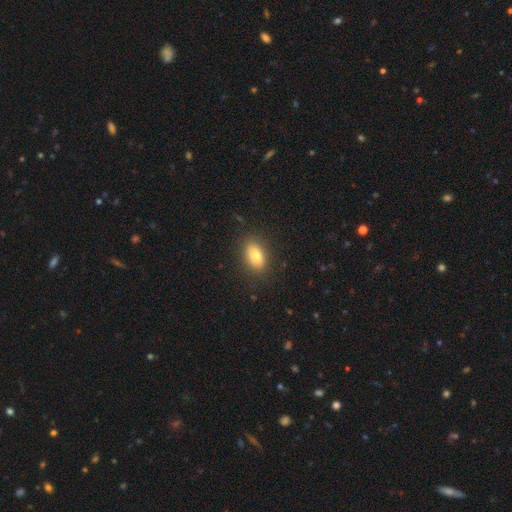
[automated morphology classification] smooth-or-featured: smooth: 77% | featured or disk: 15% | star or artifact: 8%
  how-rounded: in between: 86% | round: 8% | cigar-shaped: 6%
  merging: none: 85% | minor disturbance: 11% | major disturbance: 3% | merger: 1%